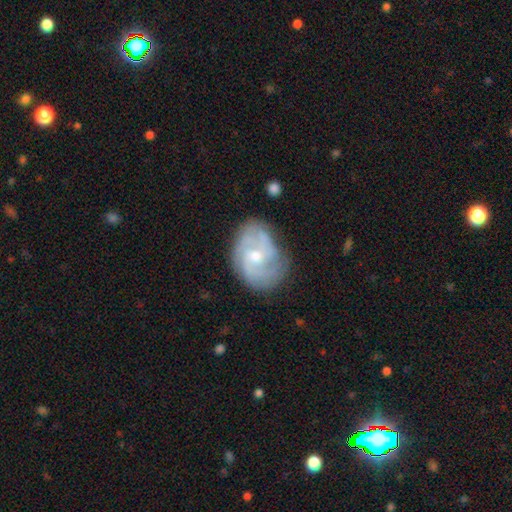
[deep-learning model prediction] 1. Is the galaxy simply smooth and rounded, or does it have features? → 80% featured or disk, 14% smooth, 5% star or artifact.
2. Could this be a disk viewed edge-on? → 97% no, 3% yes.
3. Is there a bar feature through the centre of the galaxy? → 59% no, 36% weak, 5% strong.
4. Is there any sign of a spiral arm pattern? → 93% yes, 7% no.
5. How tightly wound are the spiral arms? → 44% tight, 42% medium, 14% loose.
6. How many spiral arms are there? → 30% 2, 28% 3, 25% can't tell, 8% 4, 4% 1, 4% more than 4.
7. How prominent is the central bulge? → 51% small, 45% moderate, 2% none, 2% large, 1% dominant.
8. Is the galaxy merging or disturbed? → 69% none, 21% minor disturbance, 8% major disturbance, 2% merger.